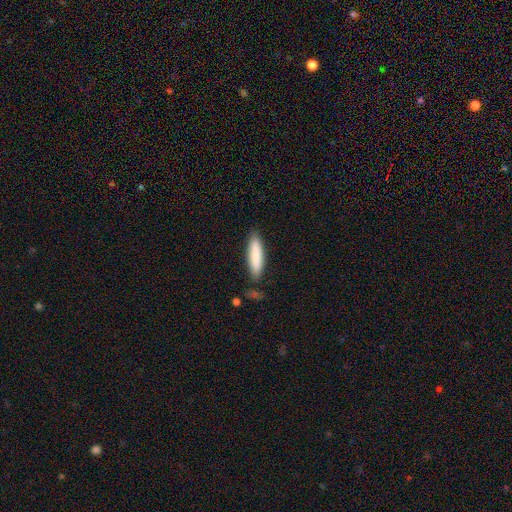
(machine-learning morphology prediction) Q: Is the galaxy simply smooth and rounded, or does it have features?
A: smooth — 85%.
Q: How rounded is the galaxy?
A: cigar-shaped — 71%.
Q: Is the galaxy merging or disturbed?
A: none — 83%.